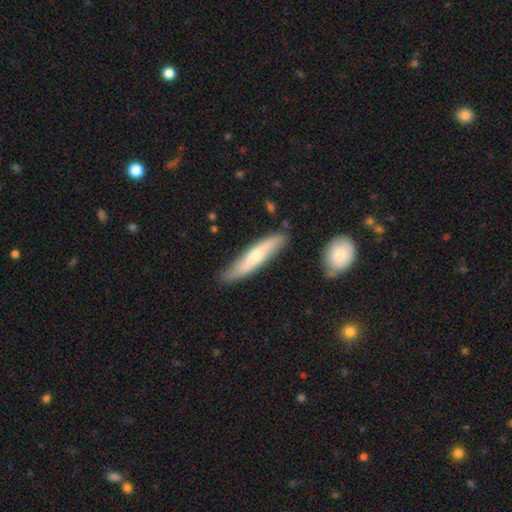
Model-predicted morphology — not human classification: This appears to be a smooth galaxy with no disk features (55%) that is cigar-shaped (86%). Merging: none (79%).